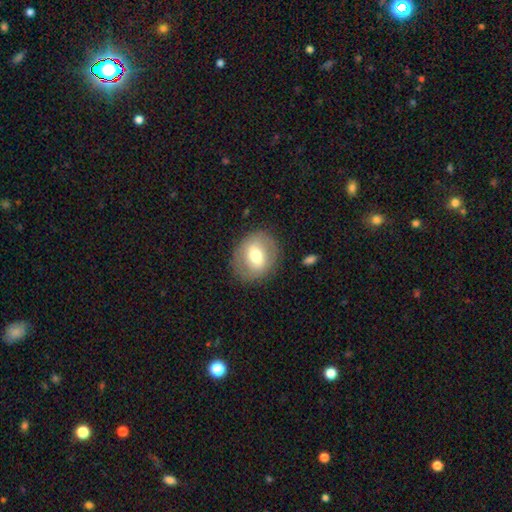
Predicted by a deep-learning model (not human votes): Smooth or featured? Predicted: smooth (p=0.55). How rounded? Predicted: round (p=0.64). Merging? Predicted: none (p=0.83).